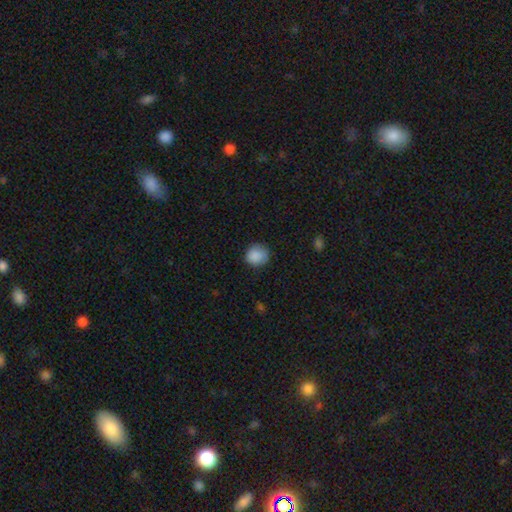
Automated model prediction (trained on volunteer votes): smooth-or-featured: smooth: 88% | star or artifact: 8% | featured or disk: 3%
  how-rounded: round: 84% | in between: 16% | cigar-shaped: 1%
  merging: none: 80% | minor disturbance: 15% | major disturbance: 3% | merger: 1%